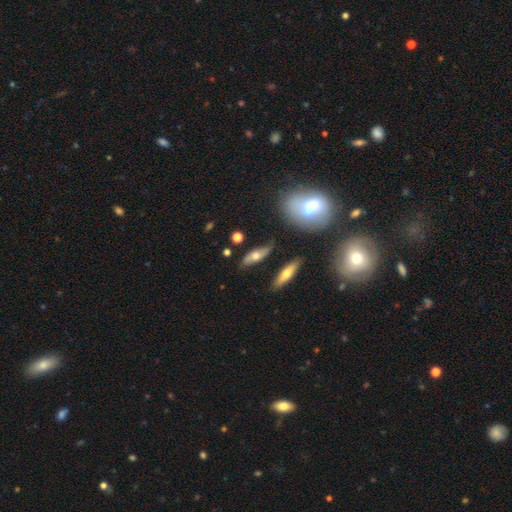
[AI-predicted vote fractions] Overall: smooth (46%; featured or disk 45%). Merging: none (71%).